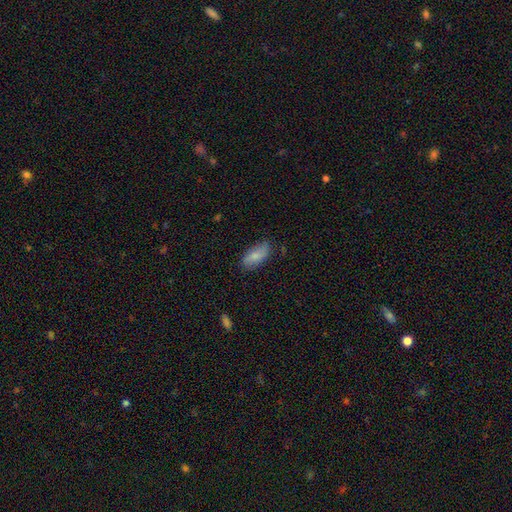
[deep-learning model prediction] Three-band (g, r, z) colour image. It shows a smooth galaxy with no disk features (80%) that is in between round and cigar-shaped (89%). Merging: none (74%).